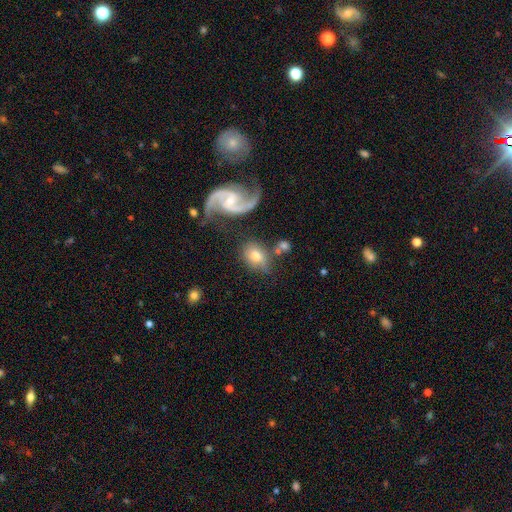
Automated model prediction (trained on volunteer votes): Smooth or featured? Predicted: smooth (p=0.55). How rounded? Predicted: in between (p=0.58). Merging? Predicted: none (p=0.58).